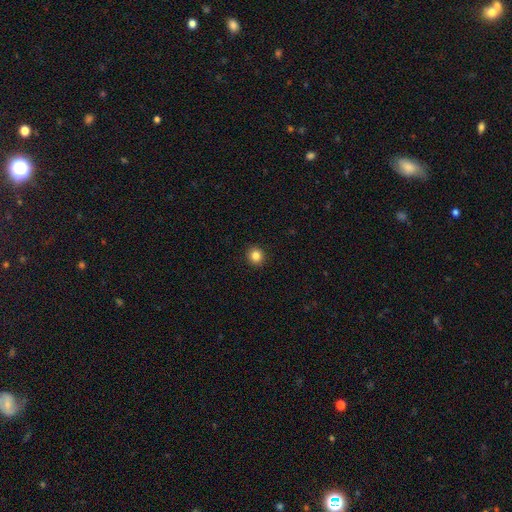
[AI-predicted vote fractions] Smooth or featured? smooth (84%)
How rounded? round (86%)
Merging? none (92%)